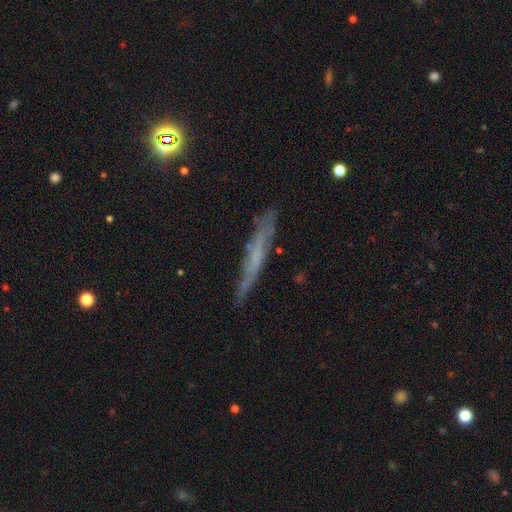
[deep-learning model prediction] Overall: featured or disk (50%; smooth 39%). Edge-on disk: yes (84%). Merging: none (77%).